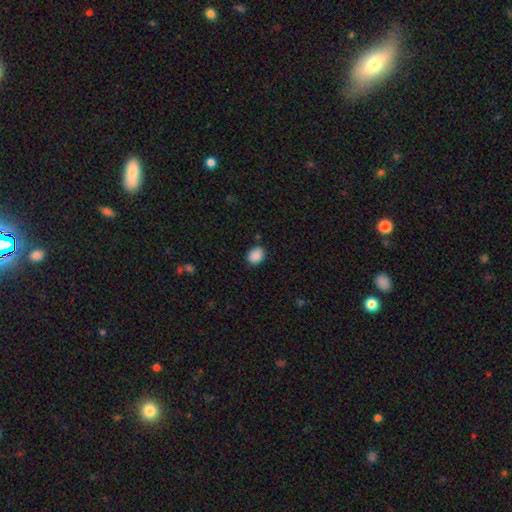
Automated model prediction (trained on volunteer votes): Smooth or featured?
  - smooth: 89% *
  - star or artifact: 8%
  - featured or disk: 3%
How rounded?
  - in between: 64% *
  - round: 35%
  - cigar-shaped: 1%
Merging?
  - none: 81% *
  - minor disturbance: 14%
  - major disturbance: 3%
  - merger: 2%